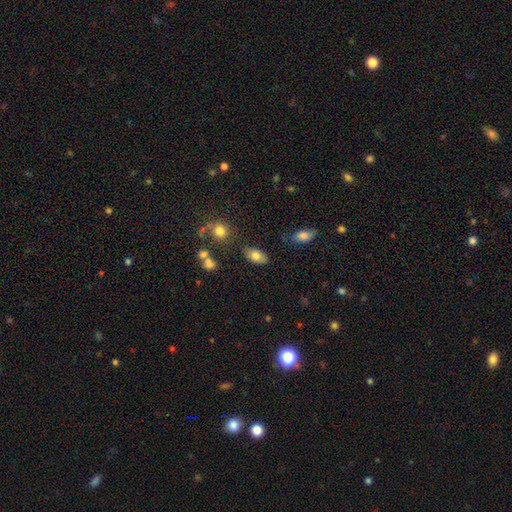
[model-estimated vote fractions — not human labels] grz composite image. It shows a smooth galaxy with no disk features (77%) that is in between round and cigar-shaped (92%). Merging: none (80%).